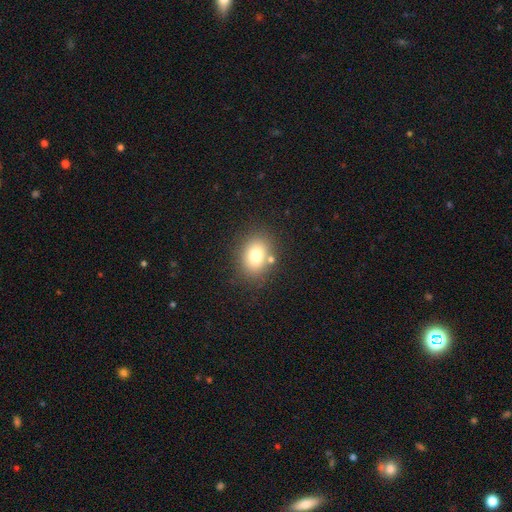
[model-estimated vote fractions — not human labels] Smooth or featured? smooth (76%)
How rounded? in between (55%)
Merging? none (77%)